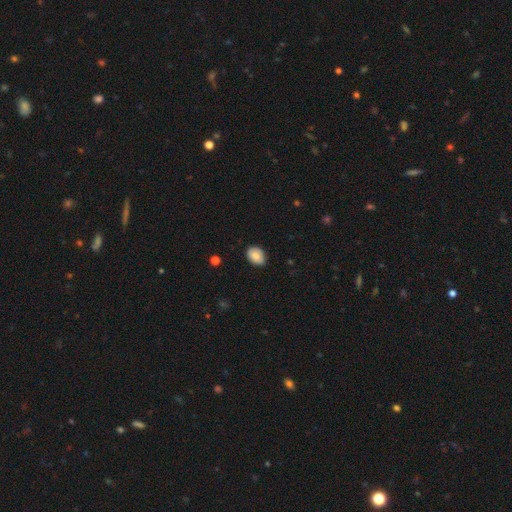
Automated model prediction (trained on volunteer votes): Smooth or featured? smooth (80%)
How rounded? in between (74%)
Merging? none (84%)